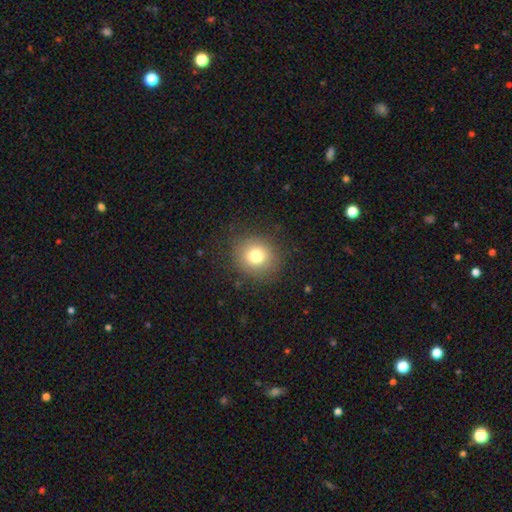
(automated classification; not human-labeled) A smooth galaxy with no disk features (77%) that is round (86%). Merging: none (86%).